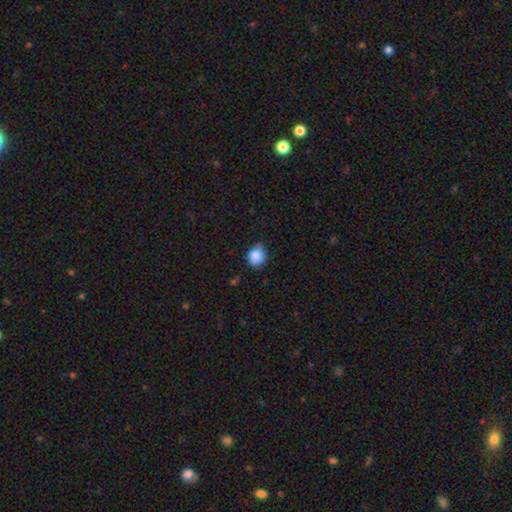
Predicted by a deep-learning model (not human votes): A smooth galaxy with no disk features (87%) that is round (71%). Merging: none (67%).